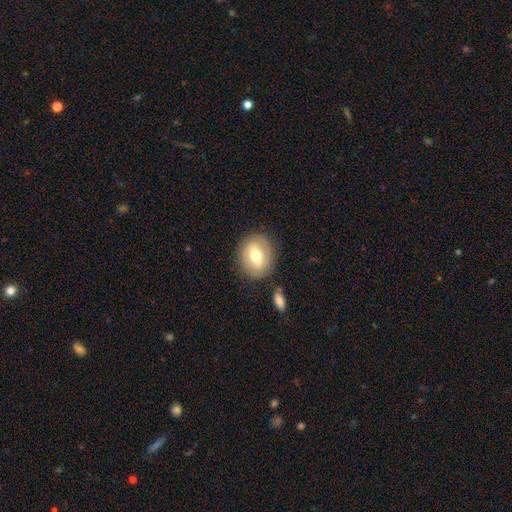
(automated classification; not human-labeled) smooth_or_featured: smooth (p=0.56) [alt: featured or disk p=0.37]
how_rounded: round (p=0.52) [alt: in between p=0.47]
merging: none (p=0.81) [alt: minor disturbance p=0.12]